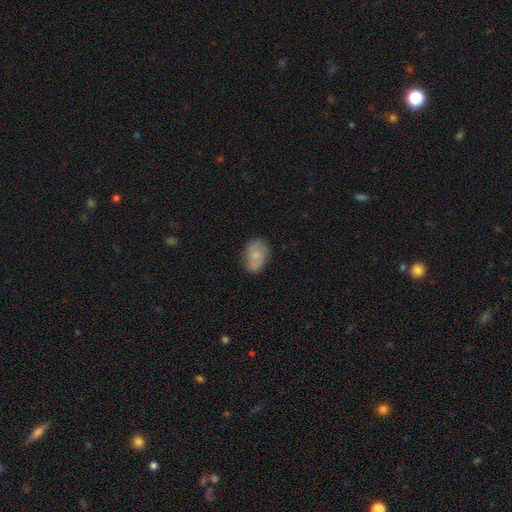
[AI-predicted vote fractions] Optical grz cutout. It shows a smooth galaxy with no disk features (63%) that is in between round and cigar-shaped (76%). Merging: none (73%).